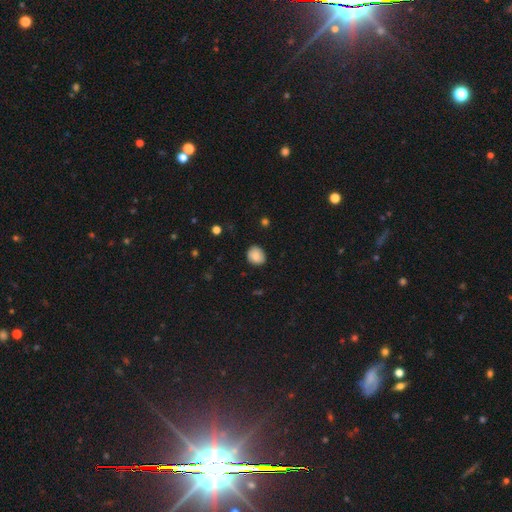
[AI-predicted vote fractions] smooth-or-featured: smooth: 83% | featured or disk: 9% | star or artifact: 8%
  how-rounded: round: 78% | in between: 21% | cigar-shaped: 1%
  merging: none: 85% | minor disturbance: 12% | major disturbance: 2% | merger: 1%